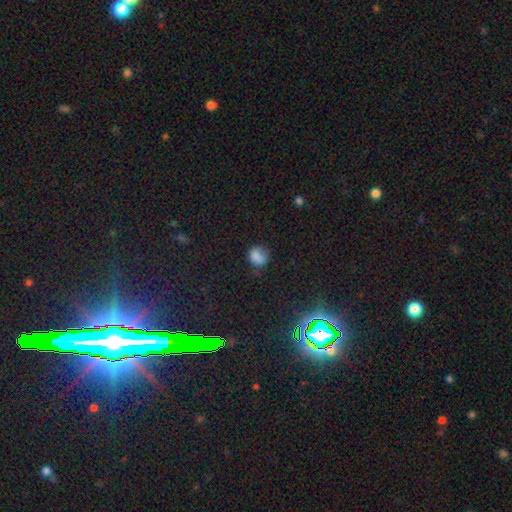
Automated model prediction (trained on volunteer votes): Smooth or featured: smooth — 78% (star or artifact — 14%)
How rounded: round — 67% (in between — 32%)
Merging: none — 56% (minor disturbance — 29%)